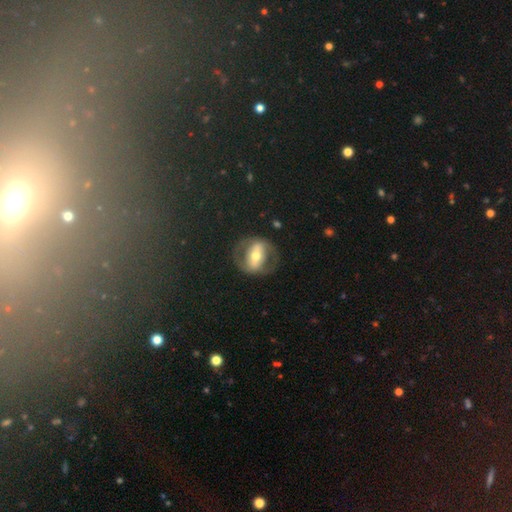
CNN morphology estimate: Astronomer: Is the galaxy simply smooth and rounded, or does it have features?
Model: featured or disk — 65%.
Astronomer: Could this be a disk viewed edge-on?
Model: no — 88%.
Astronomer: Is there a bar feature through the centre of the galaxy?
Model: strong — 56%.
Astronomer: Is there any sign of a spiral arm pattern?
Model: no — 62% (runner-up: yes, 38%).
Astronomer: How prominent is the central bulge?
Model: moderate — 65%.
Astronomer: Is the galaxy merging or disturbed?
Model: none — 73%.